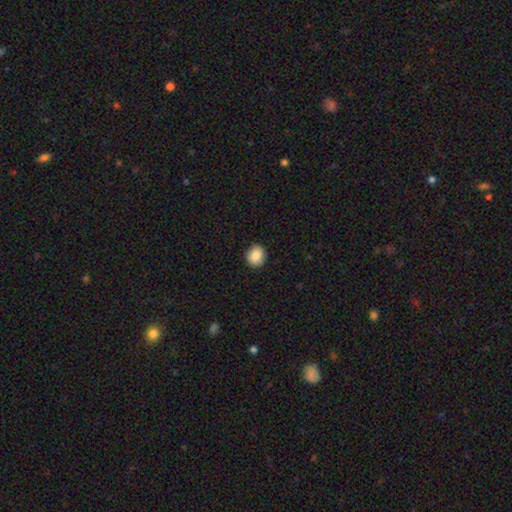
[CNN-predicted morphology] Overall: smooth (88%). How rounded: round (72%). Merging: none (91%).